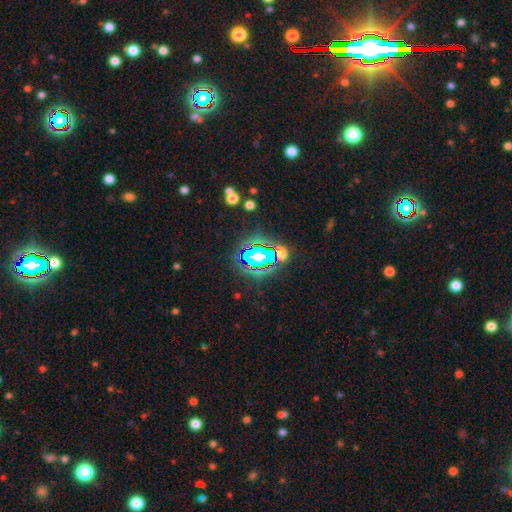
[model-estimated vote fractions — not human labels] This appears to be a star or artifact, not a galaxy (58%).